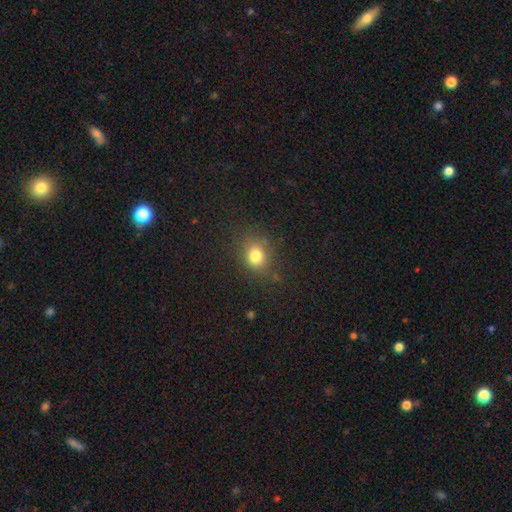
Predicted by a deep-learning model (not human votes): Smooth or featured? smooth (78%)
How rounded? round (63%)
Merging? none (79%)